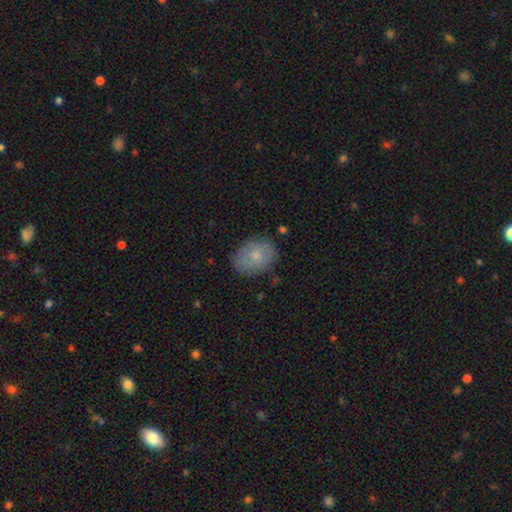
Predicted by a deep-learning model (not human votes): A smooth galaxy with no disk features (75%) that is in between round and cigar-shaped (70%). Merging: none (78%).